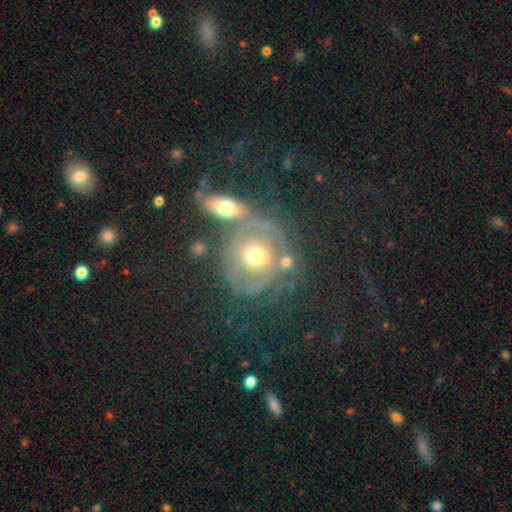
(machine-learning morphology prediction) A featured or disk galaxy (57%) with no bar (74%), spiral arms (54%) and a moderate central bulge (67%). Merging: merger (38%).